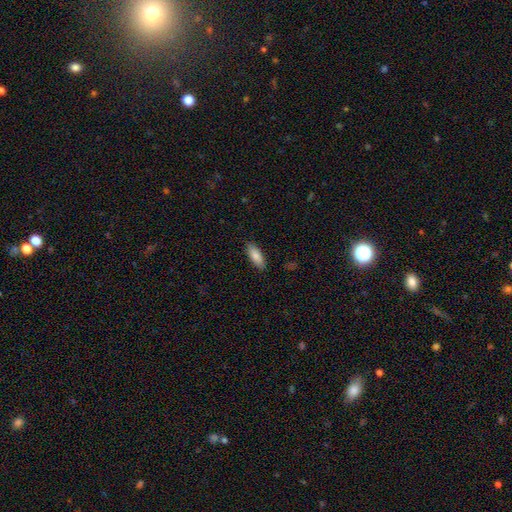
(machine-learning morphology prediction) smooth_or_featured: smooth (p=0.83) [alt: featured or disk p=0.11]
how_rounded: in between (p=0.74) [alt: cigar-shaped p=0.24]
merging: none (p=0.88) [alt: minor disturbance p=0.09]